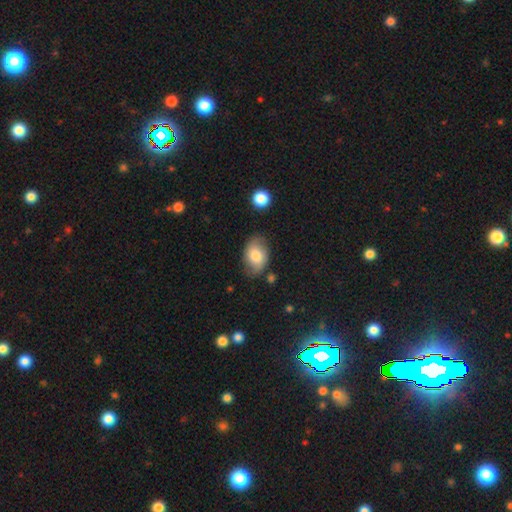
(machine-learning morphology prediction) type=smooth (73%); roundness=in between (82%); merging=none (68%).